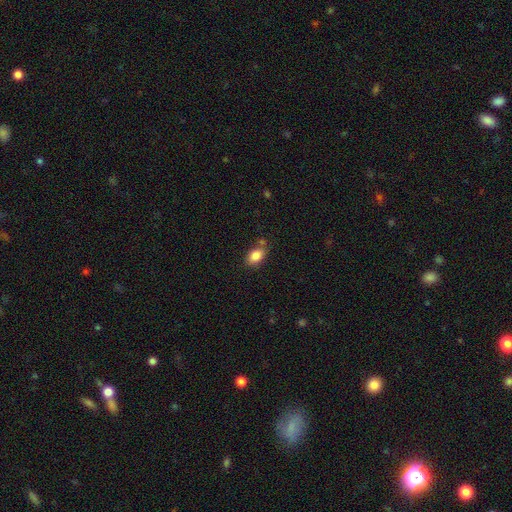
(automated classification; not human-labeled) Smooth or featured? Predicted: smooth (p=0.84). How rounded? Predicted: in between (p=0.83). Merging? Predicted: none (p=0.69).